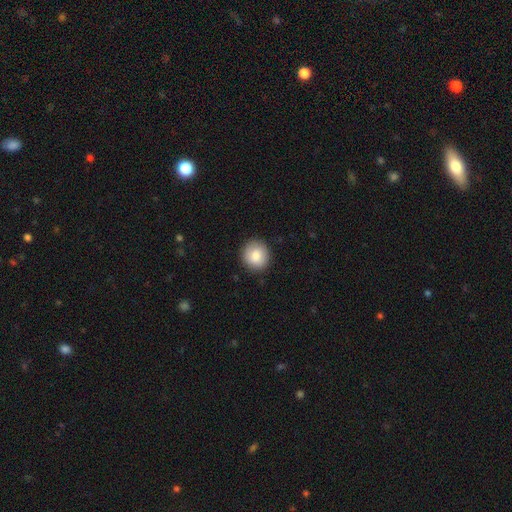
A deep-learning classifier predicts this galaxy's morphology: Smooth or featured?
  - smooth: 82% *
  - featured or disk: 11%
  - star or artifact: 8%
How rounded?
  - round: 88% *
  - in between: 11%
  - cigar-shaped: 1%
Merging?
  - none: 89% *
  - minor disturbance: 8%
  - major disturbance: 2%
  - merger: 1%